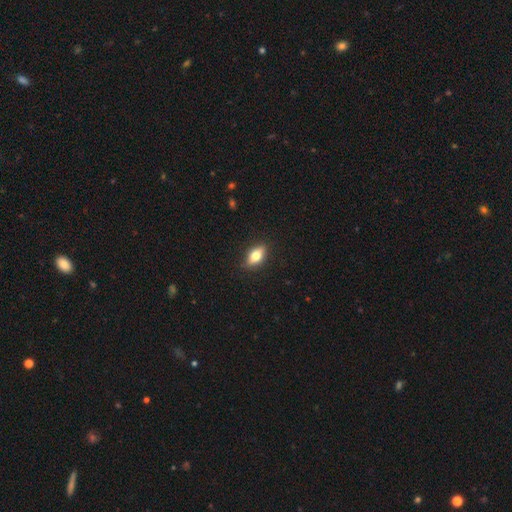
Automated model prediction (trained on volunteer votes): A smooth galaxy with no disk features (71%) that is in between round and cigar-shaped (82%).

Vote fractions:
- Smooth or featured? smooth: 71% / featured or disk: 22% / star or artifact: 8%
- How rounded? in between: 82% / cigar-shaped: 10% / round: 8%
- Merging? none: 86% / minor disturbance: 11% / major disturbance: 2% / merger: 1%